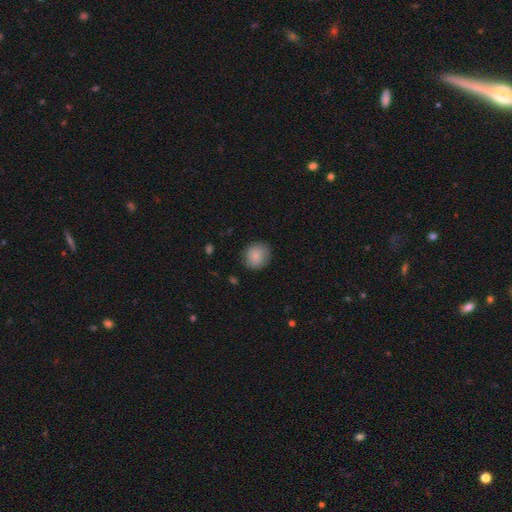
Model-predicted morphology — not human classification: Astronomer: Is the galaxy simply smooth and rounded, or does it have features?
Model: smooth — 85%.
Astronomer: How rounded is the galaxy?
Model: round — 86%.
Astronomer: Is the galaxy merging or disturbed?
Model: none — 84%.